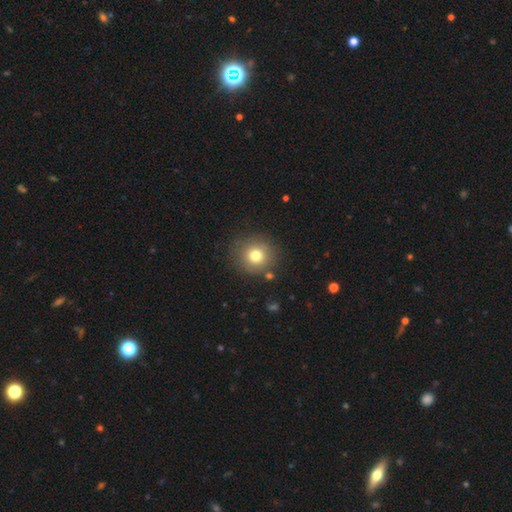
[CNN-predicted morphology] Q: Smooth or featured?
A: smooth (76%); runner-up: star or artifact (12%)
Q: How rounded?
A: round (93%); runner-up: in between (7%)
Q: Merging?
A: none (86%); runner-up: minor disturbance (8%)